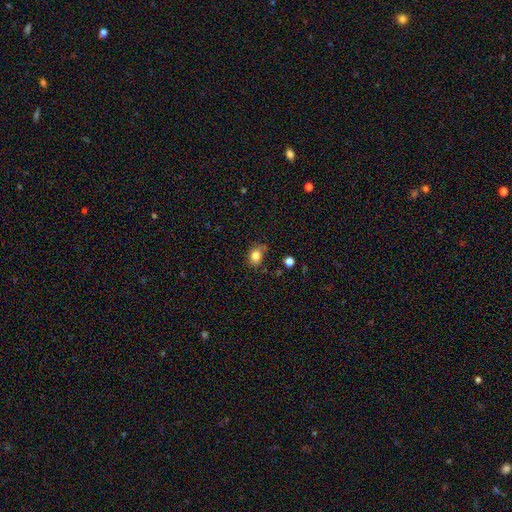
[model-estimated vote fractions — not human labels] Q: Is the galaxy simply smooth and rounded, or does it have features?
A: smooth — 82%.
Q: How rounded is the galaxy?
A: in between — 52%.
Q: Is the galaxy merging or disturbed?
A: none — 75%.